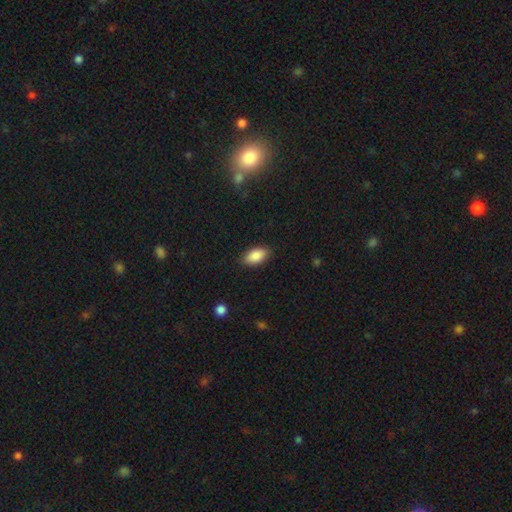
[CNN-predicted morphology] A smooth galaxy with no disk features (87%) that is in between round and cigar-shaped (93%). Merging: none (86%).